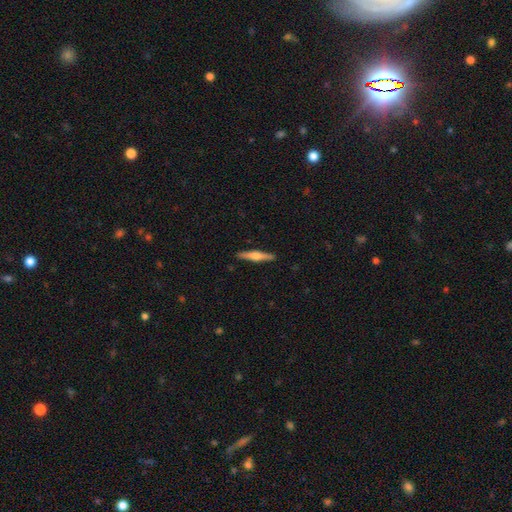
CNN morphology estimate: A featured or disk galaxy (59%) viewed edge-on (98%) with a rounded central bulge (81%). Merging: none (91%).